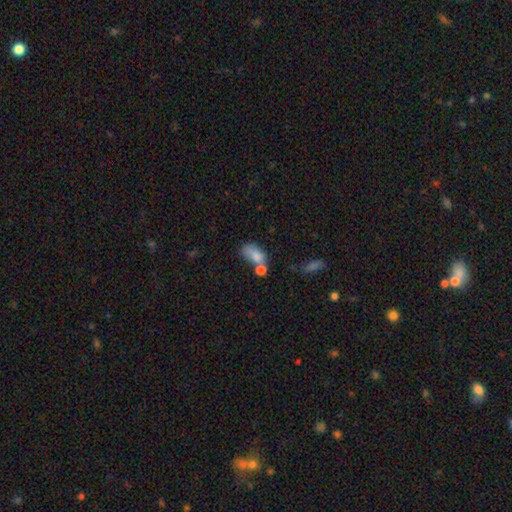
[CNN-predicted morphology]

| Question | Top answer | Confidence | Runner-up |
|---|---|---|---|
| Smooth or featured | smooth | 77% | featured or disk (14%) |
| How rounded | in between | 85% | round (11%) |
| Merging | merger | 41% | none (26%) |